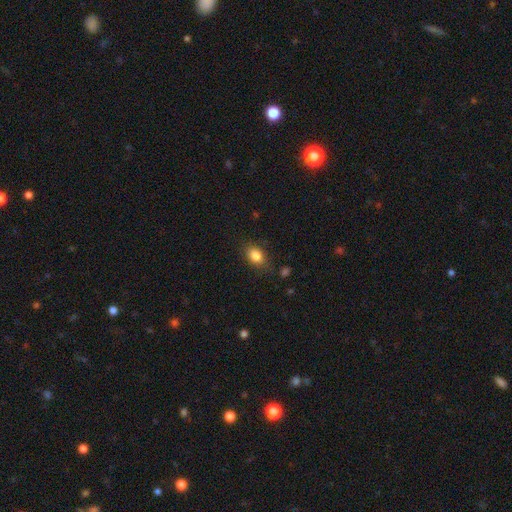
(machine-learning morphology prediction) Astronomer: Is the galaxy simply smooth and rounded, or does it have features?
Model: smooth — 84%.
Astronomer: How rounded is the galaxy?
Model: in between — 79%.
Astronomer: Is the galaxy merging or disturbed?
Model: none — 81%.